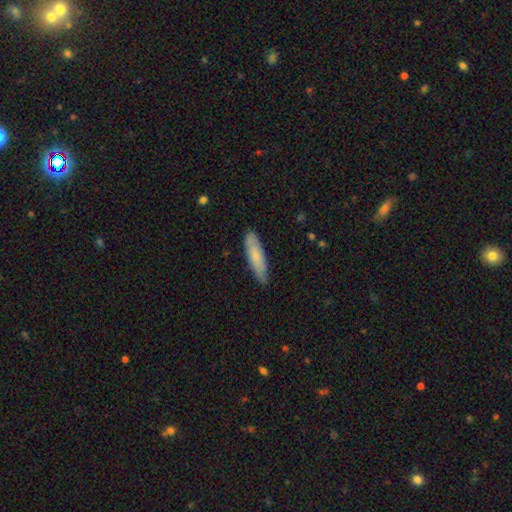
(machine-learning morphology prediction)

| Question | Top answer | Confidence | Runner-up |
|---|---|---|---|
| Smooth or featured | smooth | 75% | featured or disk (19%) |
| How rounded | cigar-shaped | 78% | in between (21%) |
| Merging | none | 84% | minor disturbance (13%) |